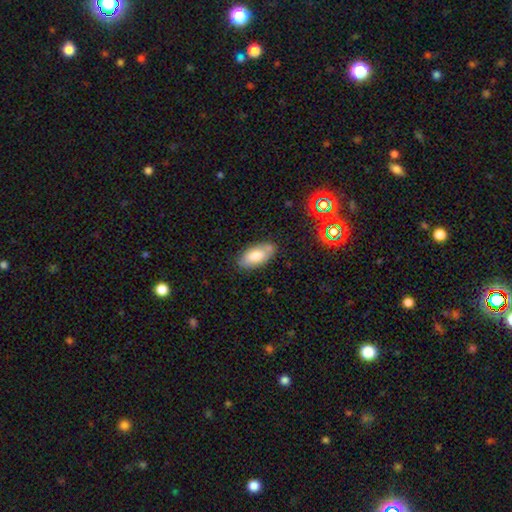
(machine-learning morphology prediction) A smooth galaxy with no disk features (74%) that is in between round and cigar-shaped (91%). Merging: none (75%).